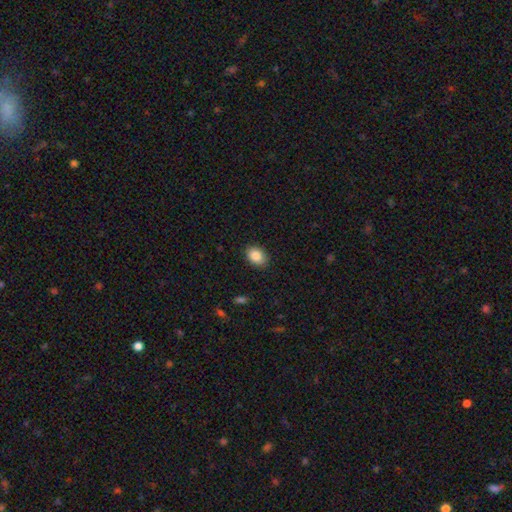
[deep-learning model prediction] Q: Smooth or featured?
A: smooth (87%); runner-up: star or artifact (8%)
Q: How rounded?
A: in between (74%); runner-up: round (25%)
Q: Merging?
A: none (88%); runner-up: minor disturbance (9%)